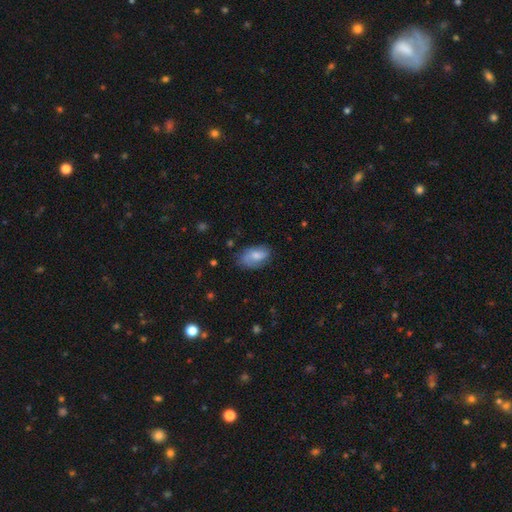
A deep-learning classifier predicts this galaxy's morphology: Overall: smooth (66%; featured or disk 27%). How rounded: in between (90%). Merging: none (64%; minor disturbance 26%).